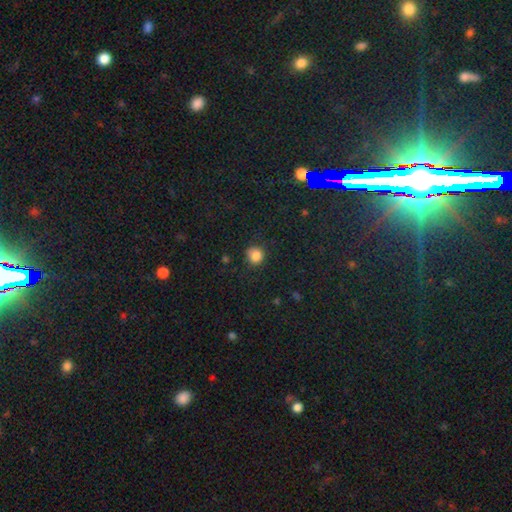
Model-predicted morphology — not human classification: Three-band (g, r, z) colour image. It shows a smooth galaxy with no disk features (84%) that is round (86%). Merging: none (79%).